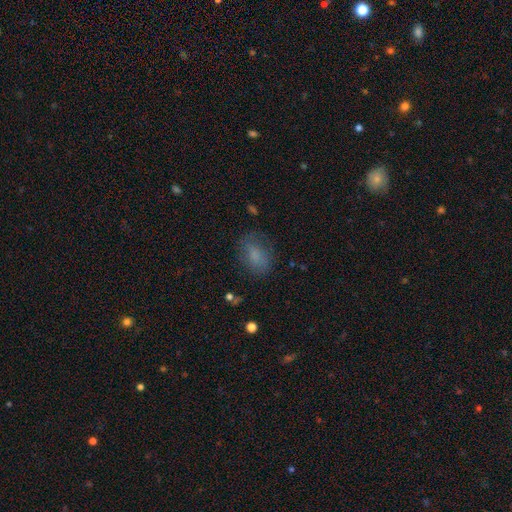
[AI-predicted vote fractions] Smooth or featured: smooth — 74% (featured or disk — 15%)
How rounded: in between — 77% (round — 21%)
Merging: none — 71% (minor disturbance — 19%)